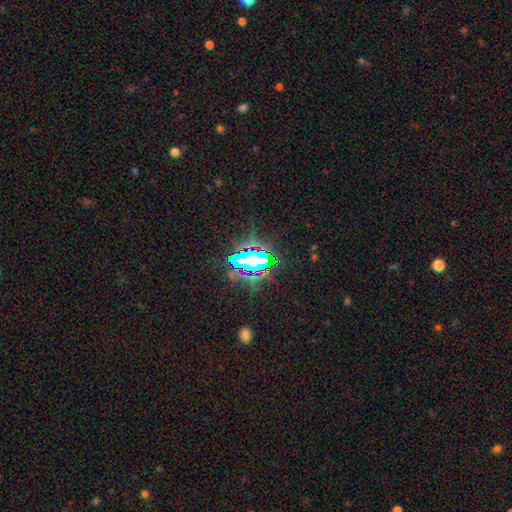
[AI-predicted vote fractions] The model was most divided on "smooth or featured": star or artifact: 81%, smooth: 12%, featured or disk: 7%.